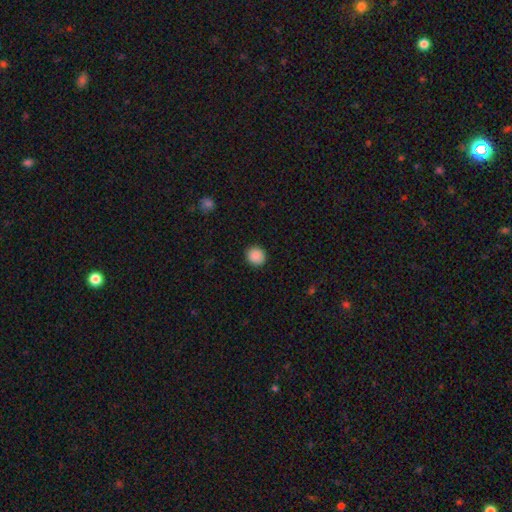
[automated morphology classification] type=smooth (89%); roundness=round (85%); merging=none (91%).